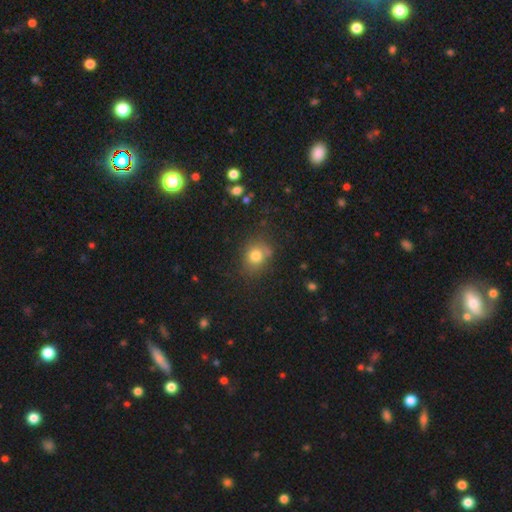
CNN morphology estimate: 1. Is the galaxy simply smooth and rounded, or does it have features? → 78% smooth, 13% star or artifact, 9% featured or disk.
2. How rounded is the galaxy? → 67% round, 32% in between, 1% cigar-shaped.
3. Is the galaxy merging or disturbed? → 70% none, 18% minor disturbance, 6% merger, 6% major disturbance.